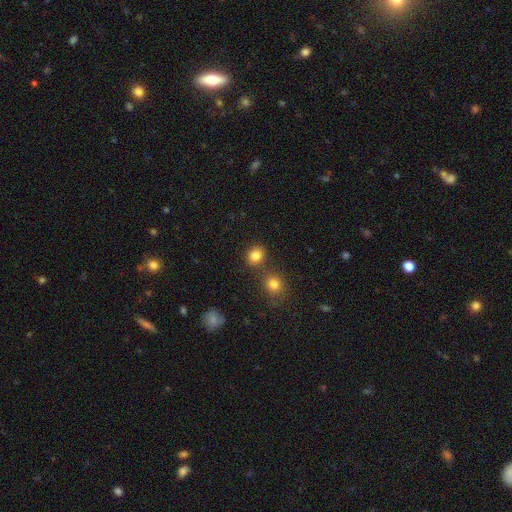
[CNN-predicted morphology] Smooth or featured? smooth (83%)
How rounded? round (77%)
Merging? none (72%)